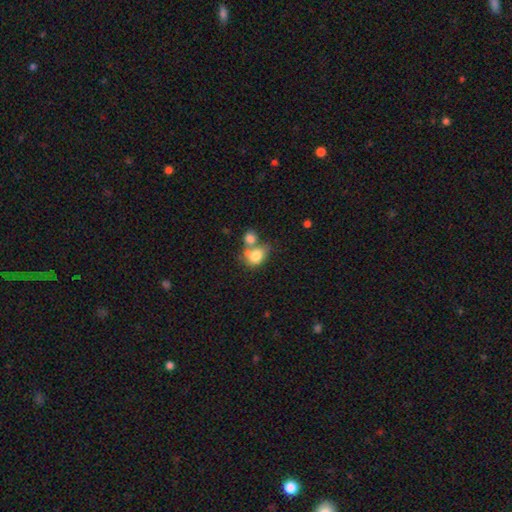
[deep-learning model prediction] The model was most divided on "how rounded": in between: 60%, round: 39%, cigar-shaped: 1%. More confident: smooth or featured — smooth (77%); merging — merger (52%).